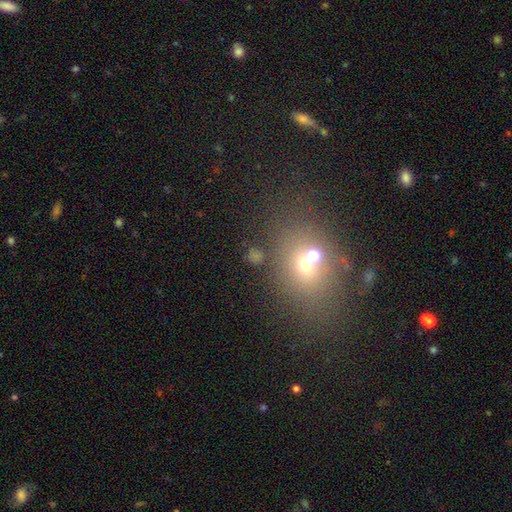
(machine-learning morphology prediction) smooth-or-featured: smooth: 52% | star or artifact: 30% | featured or disk: 19%
  how-rounded: round: 52% | in between: 45% | cigar-shaped: 3%
  merging: none: 51% | merger: 32% | minor disturbance: 10% | major disturbance: 7%